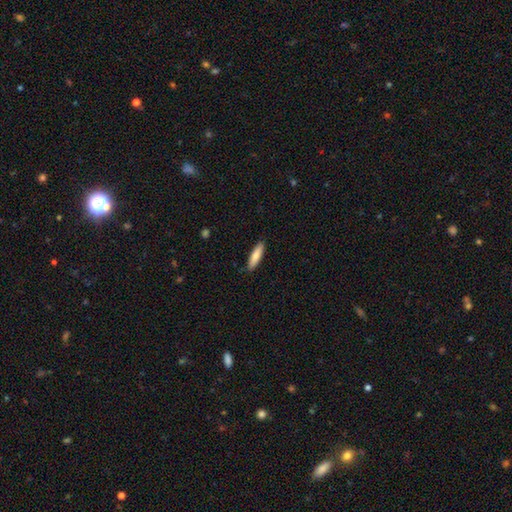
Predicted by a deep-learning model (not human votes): The model was most divided on "how rounded": cigar-shaped: 70%, in between: 28%, round: 1%. More confident: merging — none (88%); smooth or featured — smooth (82%).